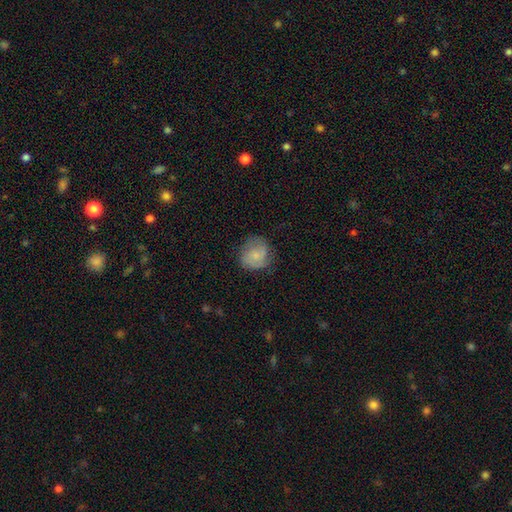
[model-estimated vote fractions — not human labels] smooth-or-featured: smooth: 59% | featured or disk: 34% | star or artifact: 7%
  how-rounded: round: 80% | in between: 19% | cigar-shaped: 1%
  merging: none: 67% | minor disturbance: 24% | major disturbance: 8% | merger: 1%